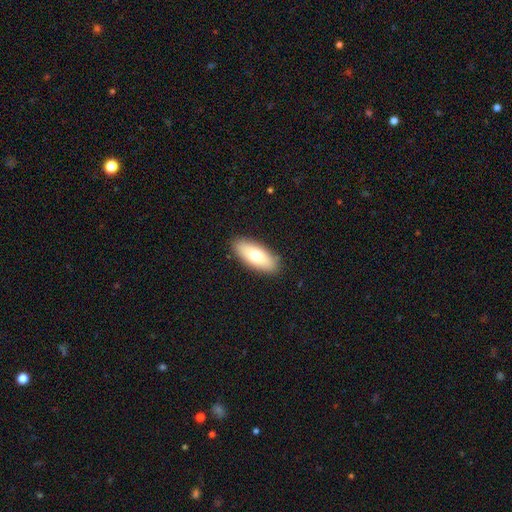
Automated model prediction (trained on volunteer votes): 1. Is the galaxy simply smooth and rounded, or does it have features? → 68% smooth, 25% featured or disk, 6% star or artifact.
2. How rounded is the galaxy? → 80% in between, 17% cigar-shaped, 3% round.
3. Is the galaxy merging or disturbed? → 88% none, 8% minor disturbance, 2% major disturbance, 1% merger.